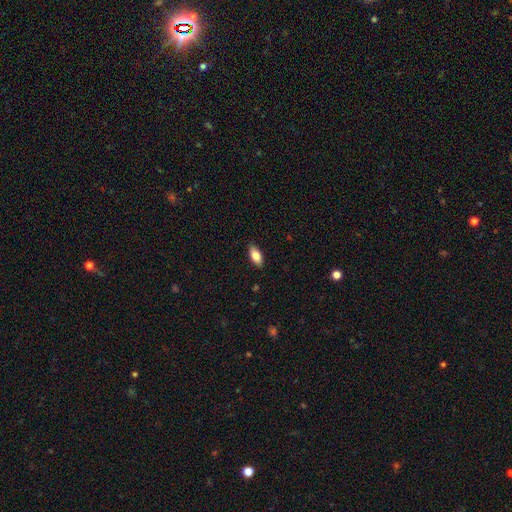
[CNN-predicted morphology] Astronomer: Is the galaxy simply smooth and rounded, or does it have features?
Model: smooth — 81%.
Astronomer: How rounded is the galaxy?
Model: in between — 86%.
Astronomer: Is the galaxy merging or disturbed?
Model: none — 88%.